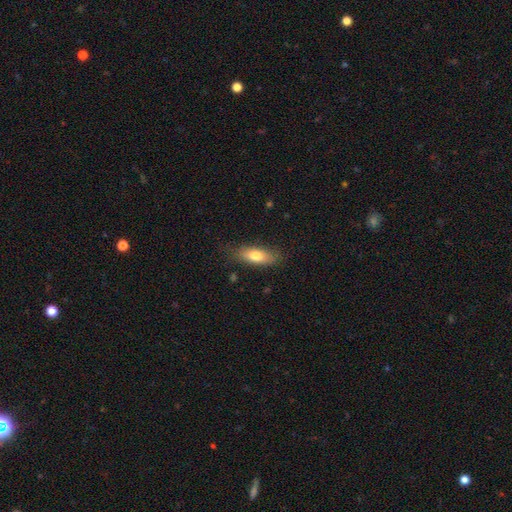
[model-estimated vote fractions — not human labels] This appears to be a smooth galaxy with no disk features (74%) that is in between round and cigar-shaped (72%). Merging: none (78%).